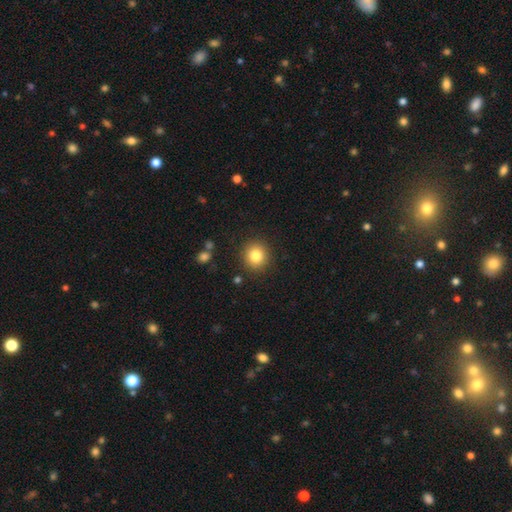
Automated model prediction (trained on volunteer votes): smooth 82%, star or artifact 10%, featured or disk 7%. Down the decision tree: how rounded — round (90%); merging — none (89%).